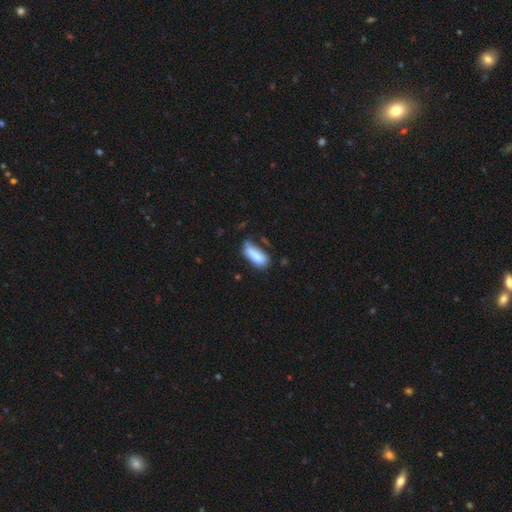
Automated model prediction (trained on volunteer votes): smooth 83%, featured or disk 10%, star or artifact 7%. Down the decision tree: how rounded — in between (75%); merging — none (51%).